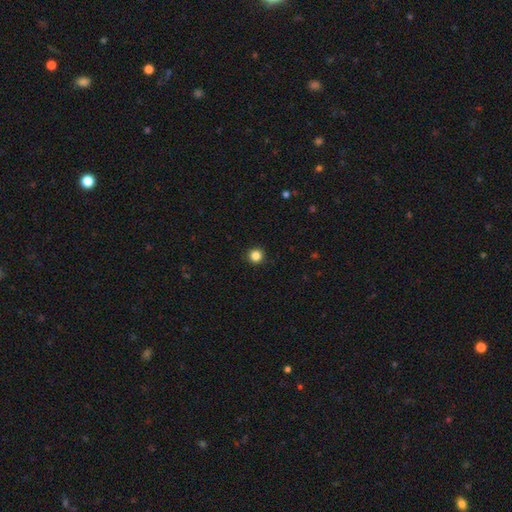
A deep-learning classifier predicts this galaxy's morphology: type=smooth (85%); roundness=round (95%); merging=none (93%).